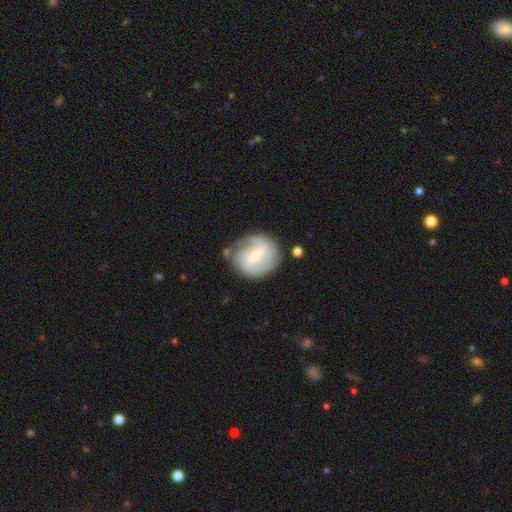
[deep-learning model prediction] Morphology: type=featured or disk (74%); edge-on=no (97%); bar=weak (52%); spiral arms=yes (90%); winding=medium (41%); arm count=2 (64%); bulge=small (60%); merging=none (72%).